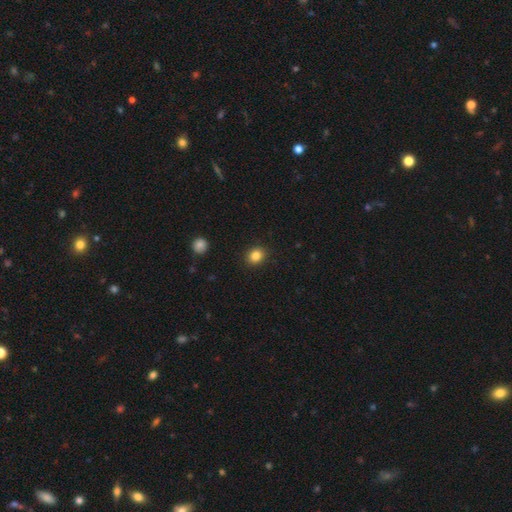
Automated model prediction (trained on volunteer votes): The model was most divided on "how rounded": round: 66%, in between: 33%, cigar-shaped: 1%. More confident: merging — none (90%); smooth or featured — smooth (85%).